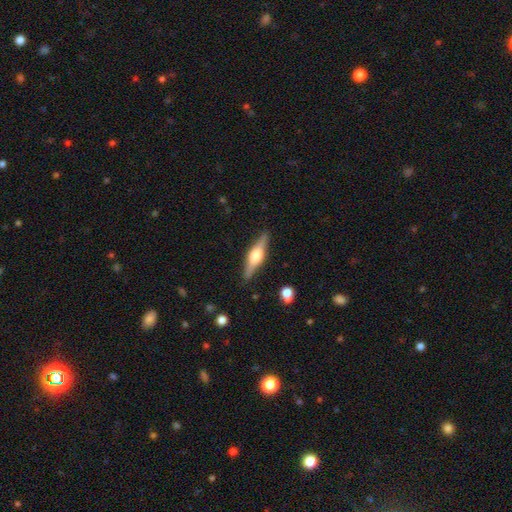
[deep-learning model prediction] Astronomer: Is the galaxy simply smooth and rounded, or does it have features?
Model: featured or disk — 69%.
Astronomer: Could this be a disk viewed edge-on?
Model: yes — 97%.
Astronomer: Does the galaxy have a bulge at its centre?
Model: rounded — 88%.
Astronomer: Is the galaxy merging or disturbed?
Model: none — 88%.